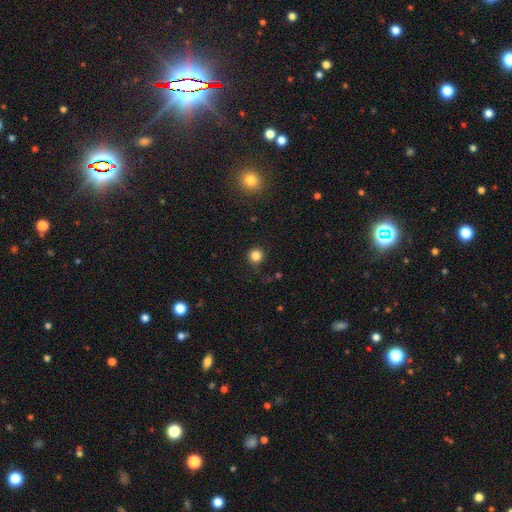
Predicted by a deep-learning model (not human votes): smooth-or-featured: smooth: 82% | star or artifact: 13% | featured or disk: 4%
  how-rounded: round: 94% | in between: 5% | cigar-shaped: 1%
  merging: none: 84% | minor disturbance: 10% | major disturbance: 3% | merger: 2%